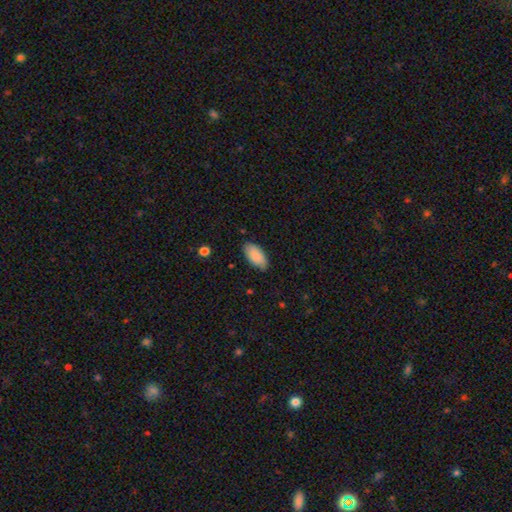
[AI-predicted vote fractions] Smooth or featured? Predicted: smooth (p=0.89). How rounded? Predicted: in between (p=0.93). Merging? Predicted: none (p=0.82).